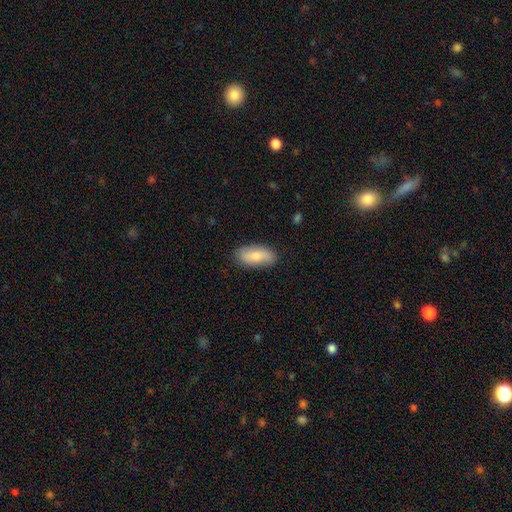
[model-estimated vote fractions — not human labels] Smooth or featured? Predicted: smooth (p=0.71). How rounded? Predicted: in between (p=0.91). Merging? Predicted: none (p=0.83).